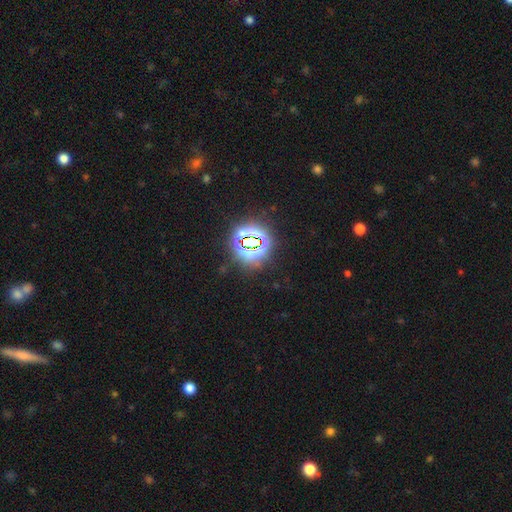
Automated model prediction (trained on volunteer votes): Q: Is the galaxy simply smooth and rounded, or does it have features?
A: star or artifact — 78%.